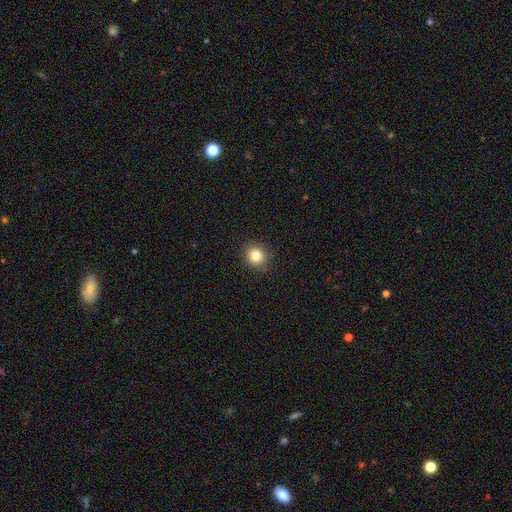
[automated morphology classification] smooth_or_featured: smooth (p=0.83) [alt: star or artifact p=0.11]
how_rounded: round (p=0.86) [alt: in between p=0.13]
merging: none (p=0.88) [alt: minor disturbance p=0.09]